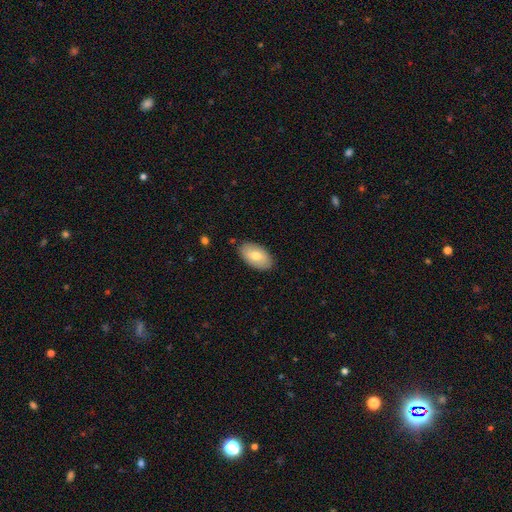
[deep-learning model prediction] A smooth galaxy with no disk features (73%) that is in between round and cigar-shaped (95%).

Vote fractions:
- Smooth or featured? smooth: 73% / featured or disk: 21% / star or artifact: 6%
- How rounded? in between: 95% / round: 4% / cigar-shaped: 2%
- Merging? none: 87% / minor disturbance: 10% / major disturbance: 2% / merger: 1%